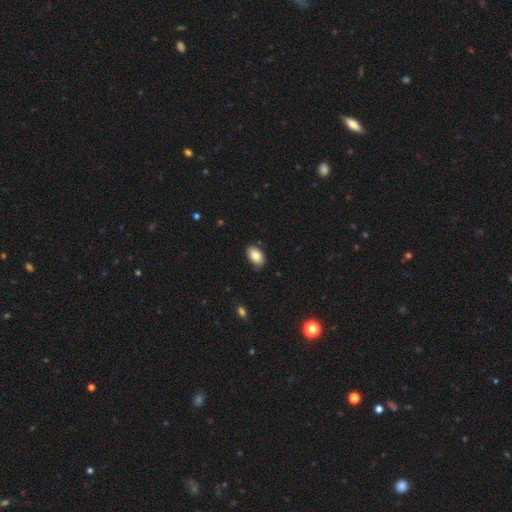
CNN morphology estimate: A smooth galaxy with no disk features (85%) that is in between round and cigar-shaped (91%).

Vote fractions:
- Smooth or featured? smooth: 85% / featured or disk: 8% / star or artifact: 7%
- How rounded? in between: 91% / round: 7% / cigar-shaped: 1%
- Merging? none: 82% / minor disturbance: 14% / major disturbance: 2% / merger: 1%